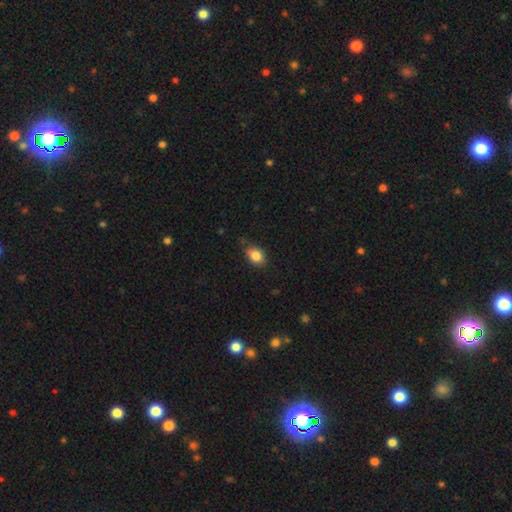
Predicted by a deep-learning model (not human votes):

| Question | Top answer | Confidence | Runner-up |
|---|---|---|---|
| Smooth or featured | smooth | 85% | star or artifact (8%) |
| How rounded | in between | 74% | round (24%) |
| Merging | none | 73% | minor disturbance (22%) |